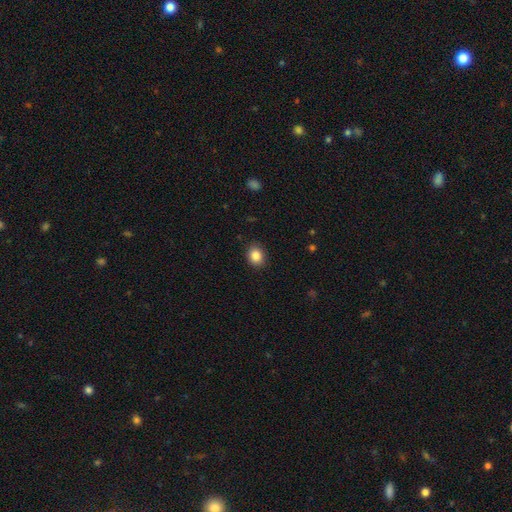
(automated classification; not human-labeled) smooth_or_featured: smooth (p=0.86) [alt: star or artifact p=0.09]
how_rounded: round (p=0.56) [alt: in between p=0.43]
merging: none (p=0.89) [alt: minor disturbance p=0.08]